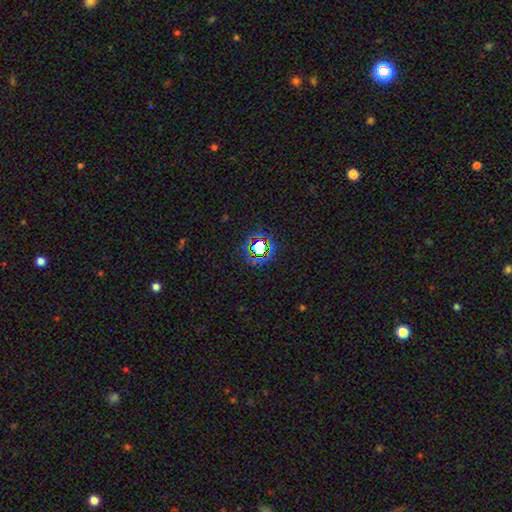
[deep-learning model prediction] Morphology: type=star or artifact (75%).